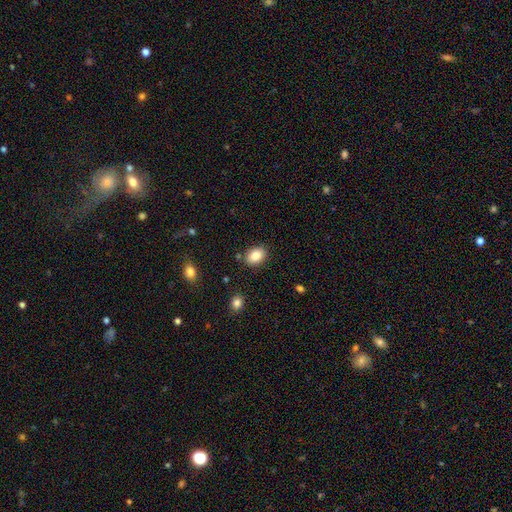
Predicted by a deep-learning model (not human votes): Smooth or featured: smooth — 85% (star or artifact — 8%)
How rounded: in between — 79% (round — 20%)
Merging: none — 85% (minor disturbance — 10%)